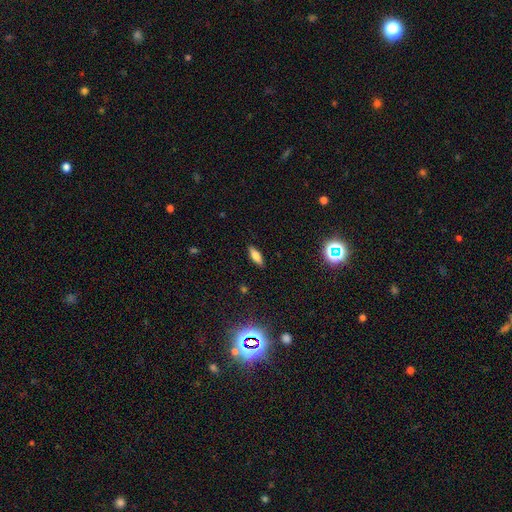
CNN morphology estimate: The model was most divided on "how rounded": in between: 67%, cigar-shaped: 30%, round: 3%. More confident: merging — none (88%); smooth or featured — smooth (74%).